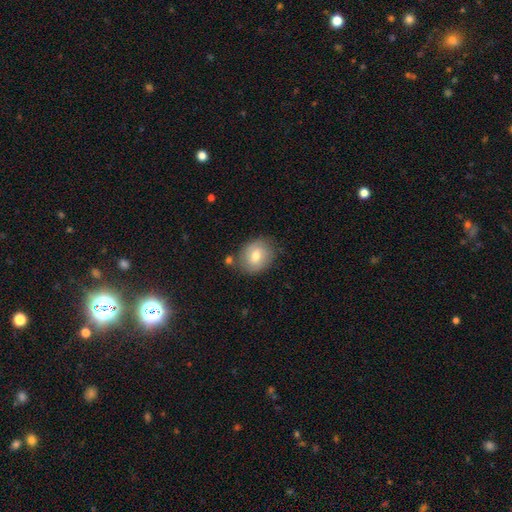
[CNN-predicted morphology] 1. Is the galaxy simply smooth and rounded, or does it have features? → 68% smooth, 25% featured or disk, 8% star or artifact.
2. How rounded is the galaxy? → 61% round, 38% in between, 1% cigar-shaped.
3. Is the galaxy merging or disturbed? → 73% none, 17% minor disturbance, 5% merger, 5% major disturbance.